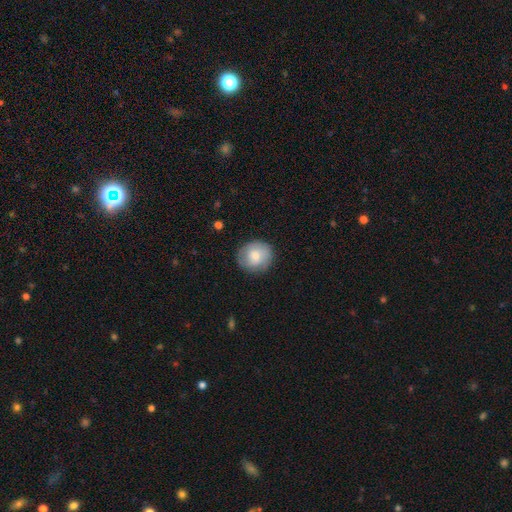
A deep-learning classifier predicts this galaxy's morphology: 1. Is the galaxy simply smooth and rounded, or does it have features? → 71% smooth, 22% featured or disk, 7% star or artifact.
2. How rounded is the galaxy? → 88% round, 11% in between, 1% cigar-shaped.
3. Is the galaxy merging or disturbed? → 83% none, 13% minor disturbance, 3% major disturbance, 1% merger.